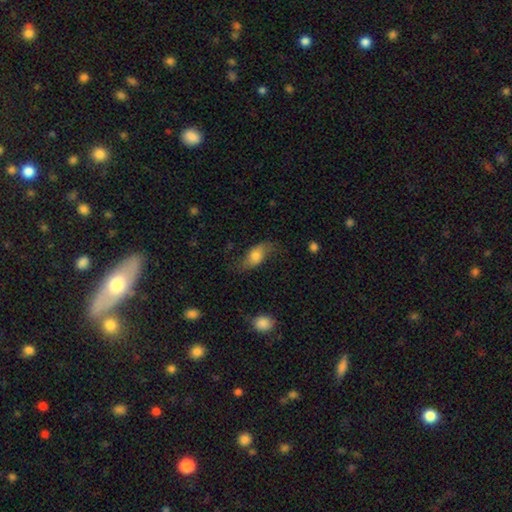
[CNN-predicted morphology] This appears to be a smooth galaxy with no disk features (61%) that is in between round and cigar-shaped (83%). Merging: none (58%).